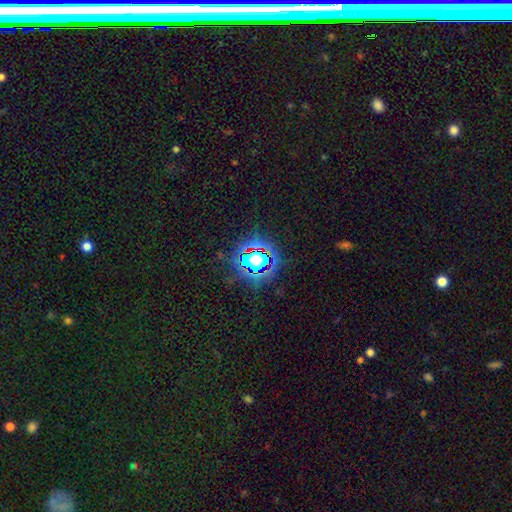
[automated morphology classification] Smooth or featured: star or artifact — 81% (smooth — 12%)